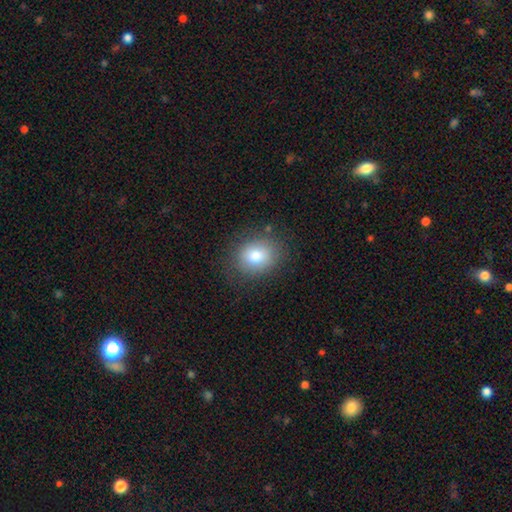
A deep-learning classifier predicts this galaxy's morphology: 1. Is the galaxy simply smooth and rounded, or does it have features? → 81% smooth, 10% featured or disk, 9% star or artifact.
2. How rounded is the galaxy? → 56% round, 43% in between, 1% cigar-shaped.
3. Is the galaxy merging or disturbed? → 81% none, 13% minor disturbance, 4% major disturbance, 1% merger.